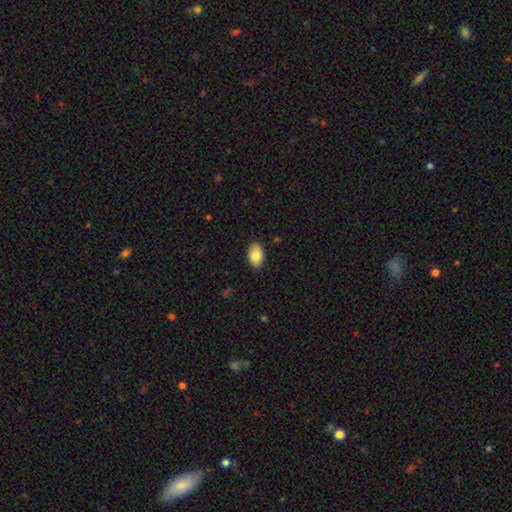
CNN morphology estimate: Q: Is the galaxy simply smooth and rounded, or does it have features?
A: smooth — 83%.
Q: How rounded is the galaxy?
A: in between — 91%.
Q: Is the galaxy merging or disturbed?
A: none — 87%.